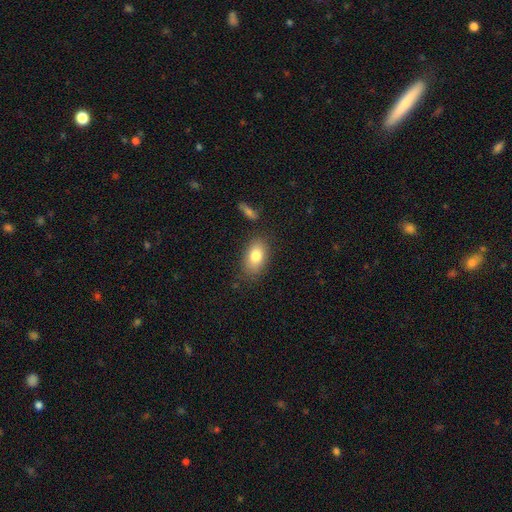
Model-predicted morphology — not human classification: smooth 81%, featured or disk 11%, star or artifact 8%. Down the decision tree: how rounded — in between (88%); merging — none (80%).